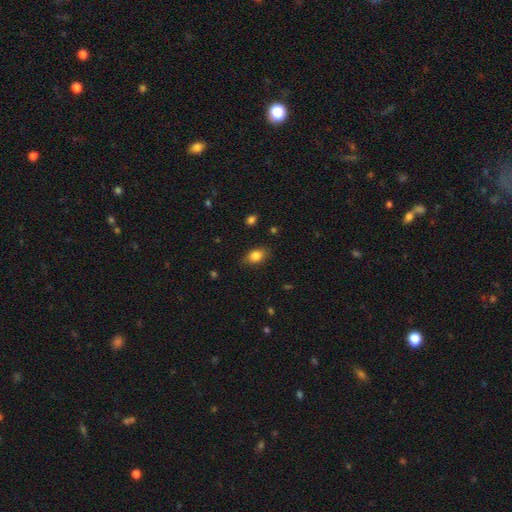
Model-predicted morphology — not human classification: Smooth or featured? Predicted: smooth (p=0.84). How rounded? Predicted: in between (p=0.78). Merging? Predicted: none (p=0.82).